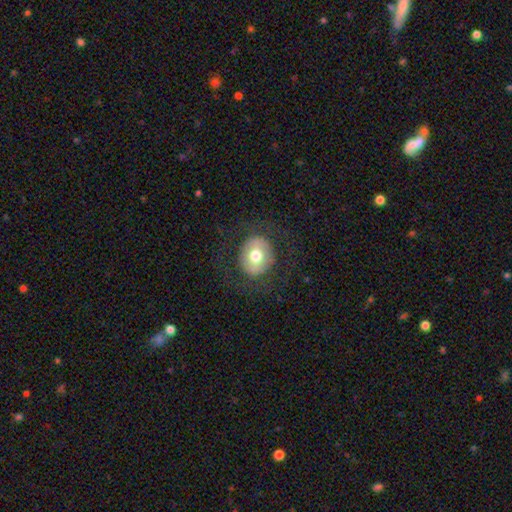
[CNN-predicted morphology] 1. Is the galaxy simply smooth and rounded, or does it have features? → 60% smooth, 32% featured or disk, 8% star or artifact.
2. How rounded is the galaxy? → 76% round, 23% in between, 1% cigar-shaped.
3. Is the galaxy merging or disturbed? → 78% none, 11% minor disturbance, 10% major disturbance, 1% merger.